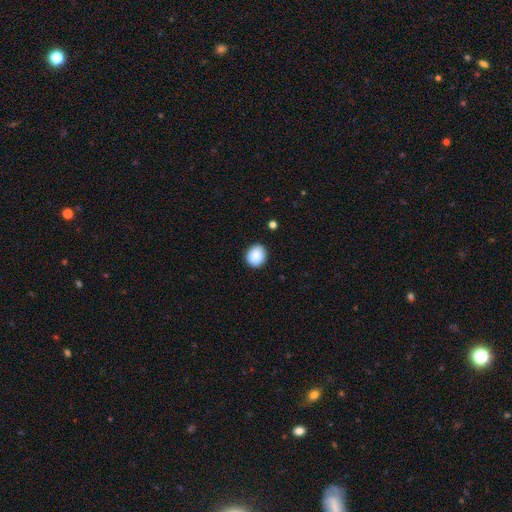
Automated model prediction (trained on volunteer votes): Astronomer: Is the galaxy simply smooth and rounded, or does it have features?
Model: smooth — 88%.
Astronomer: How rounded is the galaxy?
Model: round — 74%.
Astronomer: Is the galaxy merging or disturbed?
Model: none — 89%.